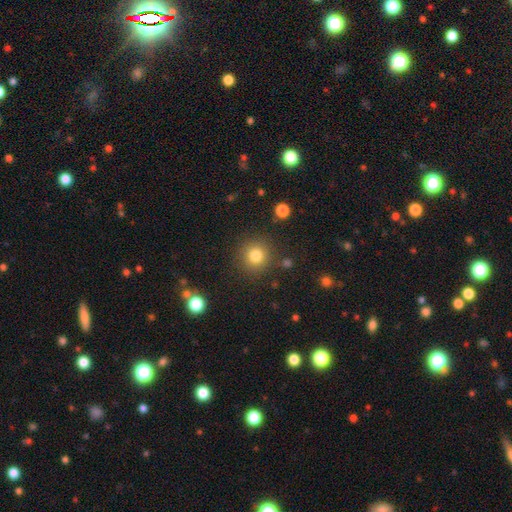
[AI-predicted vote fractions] A smooth galaxy with no disk features (81%) that is round (93%).

Vote fractions:
- Smooth or featured? smooth: 81% / star or artifact: 12% / featured or disk: 7%
- How rounded? round: 93% / in between: 7% / cigar-shaped: 1%
- Merging? none: 88% / minor disturbance: 7% / major disturbance: 3% / merger: 3%